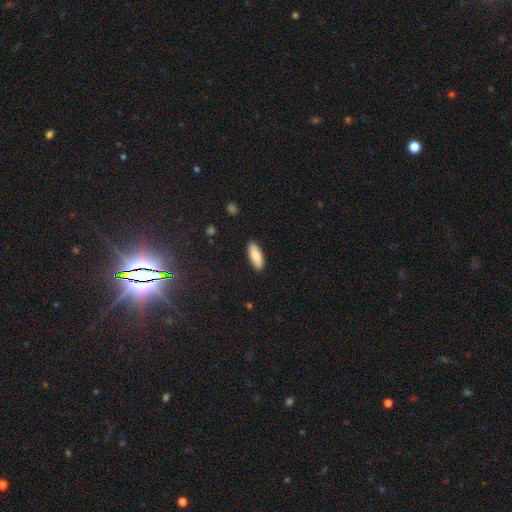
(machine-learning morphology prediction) A smooth galaxy with no disk features (86%) that is in between round and cigar-shaped (69%).

Vote fractions:
- Smooth or featured? smooth: 86% / featured or disk: 9% / star or artifact: 6%
- How rounded? in between: 69% / cigar-shaped: 29% / round: 2%
- Merging? none: 89% / minor disturbance: 8% / major disturbance: 2% / merger: 1%